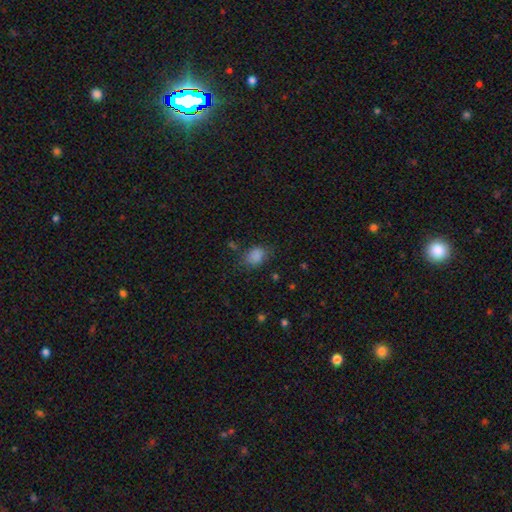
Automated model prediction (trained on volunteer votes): smooth_or_featured: smooth (p=0.84) [alt: star or artifact p=0.11]
how_rounded: in between (p=0.64) [alt: round p=0.35]
merging: none (p=0.67) [alt: minor disturbance p=0.22]